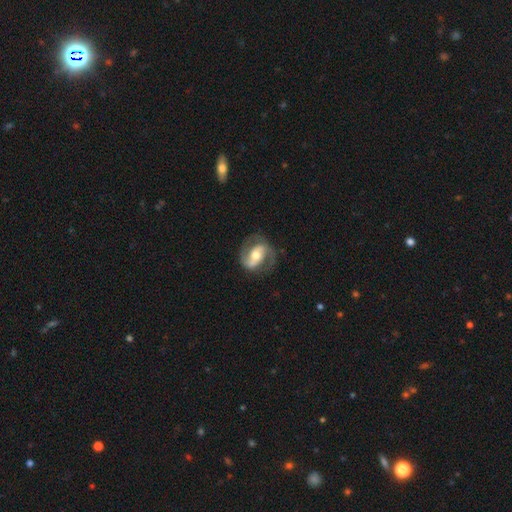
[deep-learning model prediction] Smooth or featured: featured or disk — 83% (smooth — 12%)
Edge-on disk: no — 97% (yes — 3%)
Bar: weak — 35% (strong — 34%)
Spiral arms: yes — 93% (no — 7%)
Spiral winding: medium — 52% (tight — 24%)
Spiral arm count: 2 — 90% (can't tell — 4%)
Bulge size: moderate — 68% (small — 17%)
Merging: none — 76% (minor disturbance — 15%)